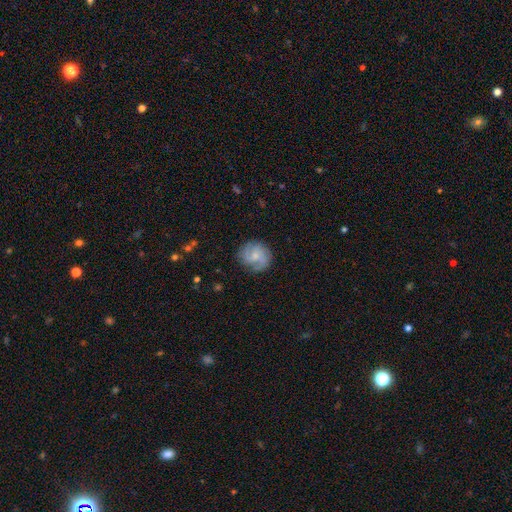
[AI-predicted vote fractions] Smooth or featured? Predicted: featured or disk (p=0.64). Edge-on disk? Predicted: no (p=0.98). Bar? Predicted: no (p=0.58). Spiral arms? Predicted: yes (p=0.92). Spiral winding? Predicted: medium (p=0.46). Spiral arm count? Predicted: 2 (p=0.50). Bulge size? Predicted: small (p=0.58). Merging? Predicted: none (p=0.78).